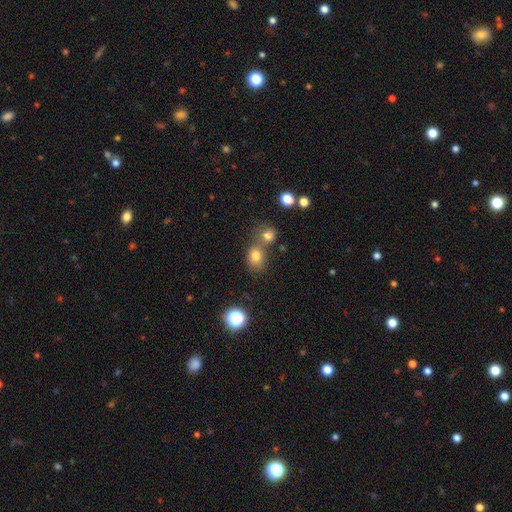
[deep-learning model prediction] smooth-or-featured: smooth: 76% | star or artifact: 15% | featured or disk: 9%
  how-rounded: round: 55% | in between: 44% | cigar-shaped: 1%
  merging: none: 47% | merger: 38% | minor disturbance: 10% | major disturbance: 4%